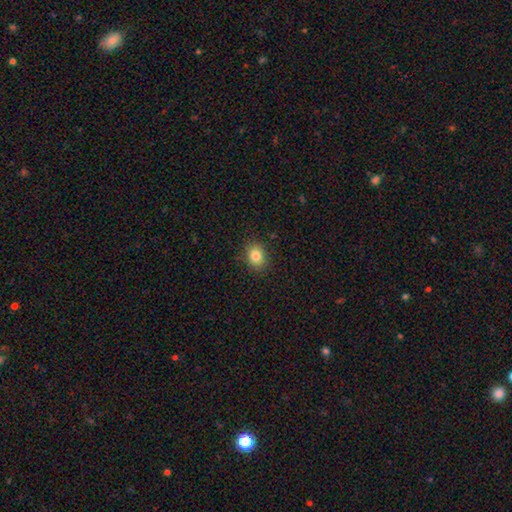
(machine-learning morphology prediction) A smooth galaxy with no disk features (84%) that is in between round and cigar-shaped (52%).

Vote fractions:
- Smooth or featured? smooth: 84% / star or artifact: 10% / featured or disk: 6%
- How rounded? in between: 52% / round: 47% / cigar-shaped: 1%
- Merging? none: 87% / minor disturbance: 9% / major disturbance: 3% / merger: 1%